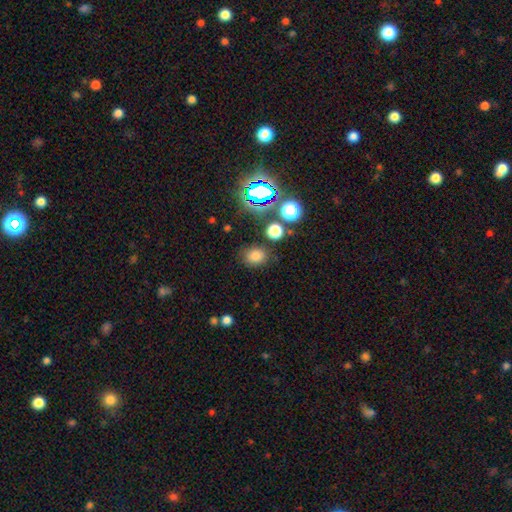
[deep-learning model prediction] smooth 72%, star or artifact 20%, featured or disk 7%. Down the decision tree: how rounded — round (58%); merging — none (80%).